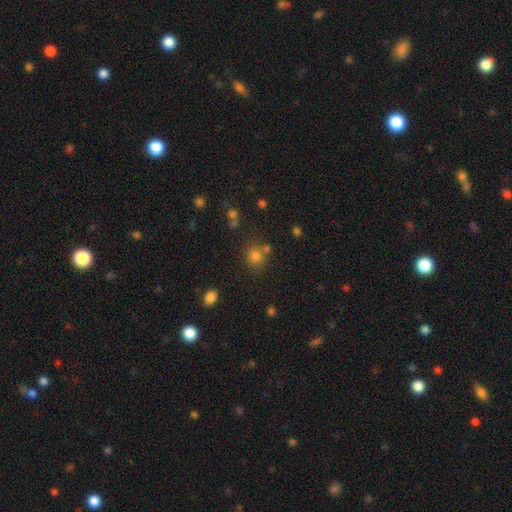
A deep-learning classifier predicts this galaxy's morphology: smooth-or-featured: smooth: 73% | star or artifact: 20% | featured or disk: 7%
  how-rounded: round: 84% | in between: 15% | cigar-shaped: 1%
  merging: none: 69% | merger: 17% | minor disturbance: 10% | major disturbance: 4%